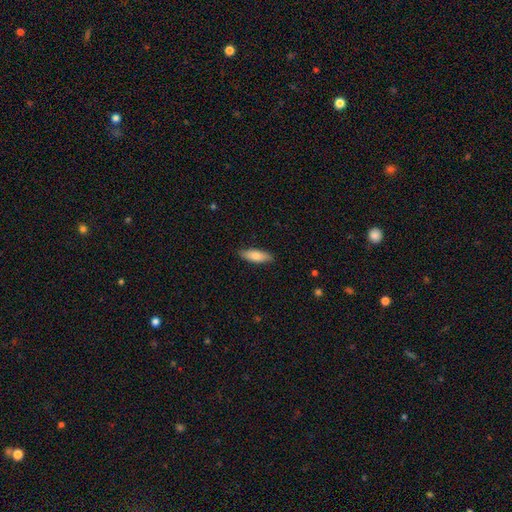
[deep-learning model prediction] Smooth or featured?
  - smooth: 76% *
  - featured or disk: 19%
  - star or artifact: 6%
How rounded?
  - in between: 62% *
  - cigar-shaped: 36%
  - round: 2%
Merging?
  - none: 86% *
  - minor disturbance: 11%
  - major disturbance: 2%
  - merger: 1%